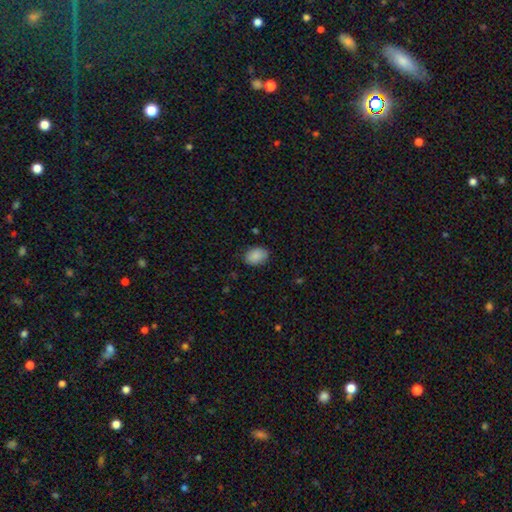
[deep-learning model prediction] Smooth or featured? Predicted: smooth (p=0.89). How rounded? Predicted: in between (p=0.81). Merging? Predicted: none (p=0.83).